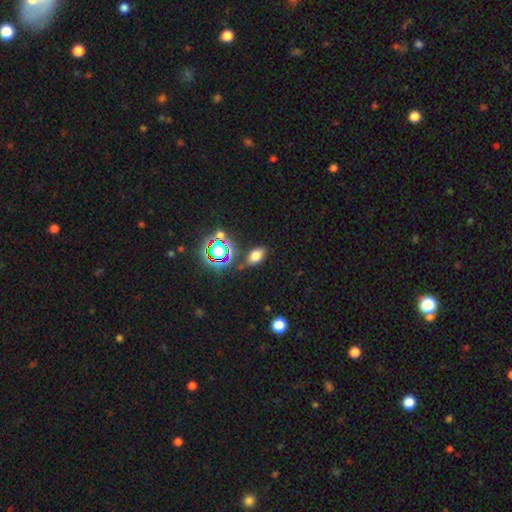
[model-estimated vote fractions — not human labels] smooth_or_featured: smooth (p=0.67) [alt: star or artifact p=0.22]
how_rounded: in between (p=0.85) [alt: round p=0.12]
merging: none (p=0.76) [alt: minor disturbance p=0.15]